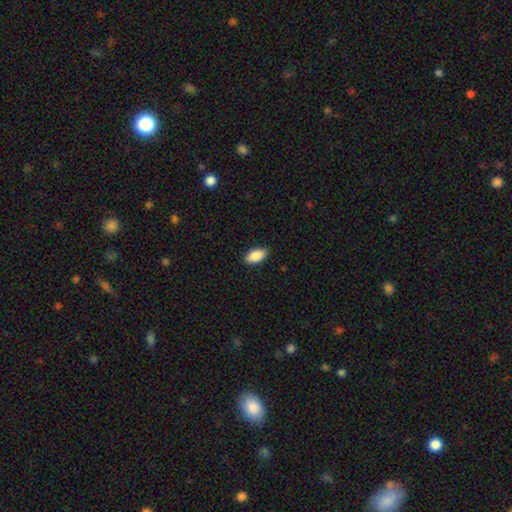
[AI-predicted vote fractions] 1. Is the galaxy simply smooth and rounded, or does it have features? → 88% smooth, 6% star or artifact, 5% featured or disk.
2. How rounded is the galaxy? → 92% in between, 5% cigar-shaped, 3% round.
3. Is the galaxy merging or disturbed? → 89% none, 8% minor disturbance, 2% major disturbance, 1% merger.